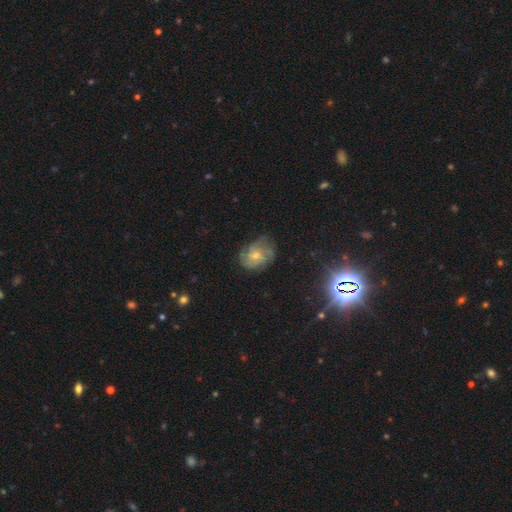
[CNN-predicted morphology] Overall: featured or disk (56%; smooth 34%). Edge-on disk: no (97%). Bar: no (77%). Spiral arms: yes (79%). Bulge size: small (49%; moderate 43%). Merging: none (61%; minor disturbance 25%).